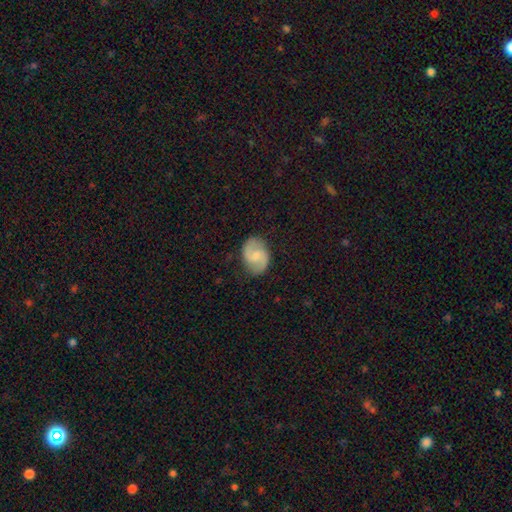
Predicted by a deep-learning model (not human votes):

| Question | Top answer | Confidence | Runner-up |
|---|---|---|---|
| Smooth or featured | featured or disk | 71% | smooth (23%) |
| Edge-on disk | no | 98% | yes (2%) |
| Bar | weak | 56% | no (32%) |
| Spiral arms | yes | 94% | no (6%) |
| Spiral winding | medium | 52% | loose (31%) |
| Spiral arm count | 2 | 92% | can't tell (4%) |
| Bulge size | small | 40% | moderate (33%) |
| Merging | none | 81% | minor disturbance (15%) |